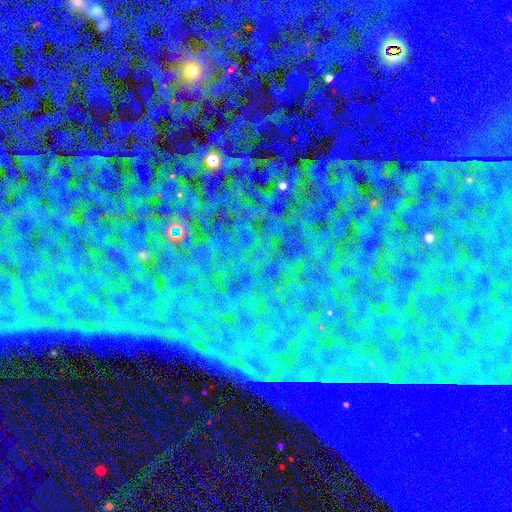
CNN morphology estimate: This appears to be a star or artifact, not a galaxy (87%).